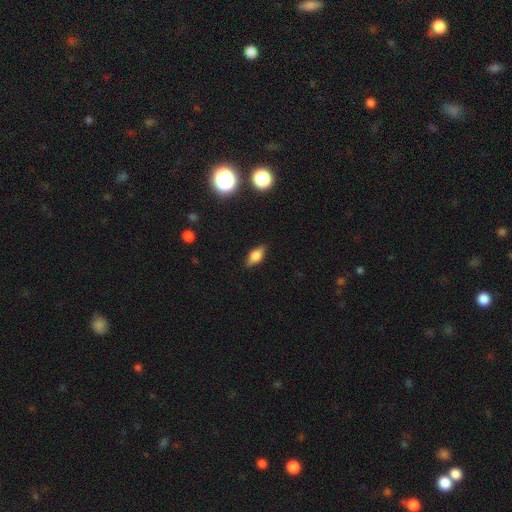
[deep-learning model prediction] This appears to be a smooth galaxy with no disk features (65%) that is in between round and cigar-shaped (81%). Merging: none (85%).